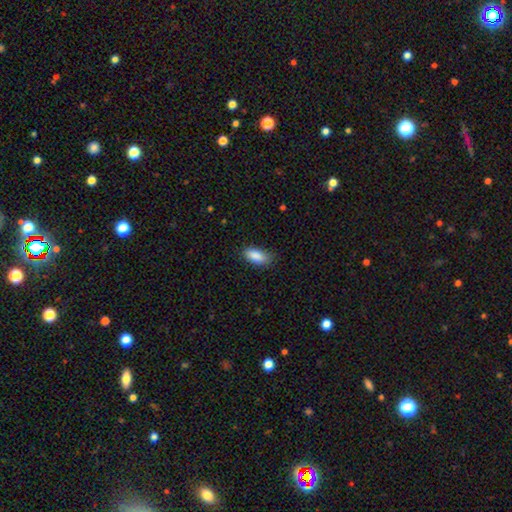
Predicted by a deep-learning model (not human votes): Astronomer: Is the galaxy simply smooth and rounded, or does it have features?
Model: smooth — 89%.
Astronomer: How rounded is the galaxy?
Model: in between — 89%.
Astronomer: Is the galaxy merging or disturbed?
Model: none — 78%.